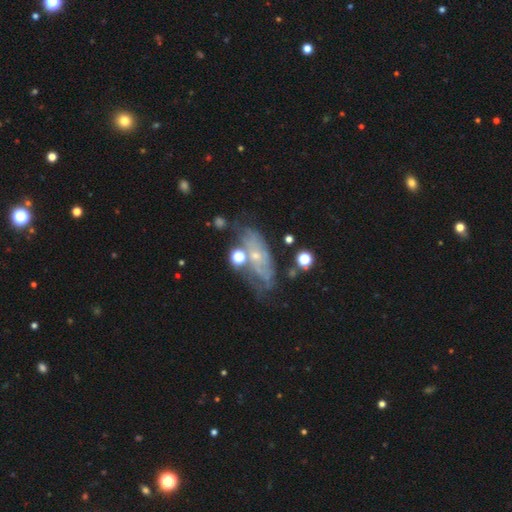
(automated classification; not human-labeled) Smooth or featured? Predicted: featured or disk (p=0.64). Edge-on disk? Predicted: no (p=0.88). Bar? Predicted: no (p=0.79). Spiral arms? Predicted: yes (p=0.67). Bulge size? Predicted: small (p=0.76). Merging? Predicted: none (p=0.51).